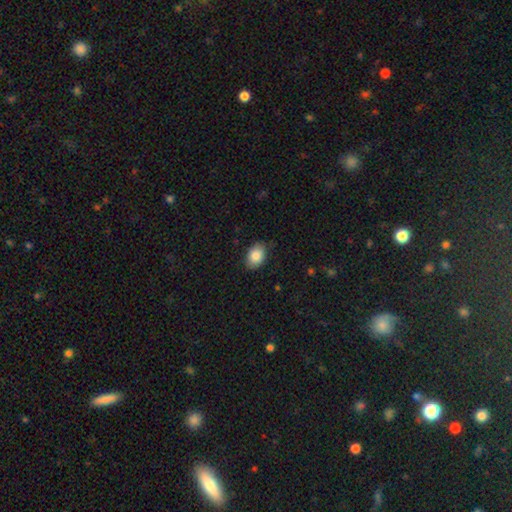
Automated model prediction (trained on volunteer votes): Overall: smooth (87%). How rounded: in between (82%). Merging: none (82%).